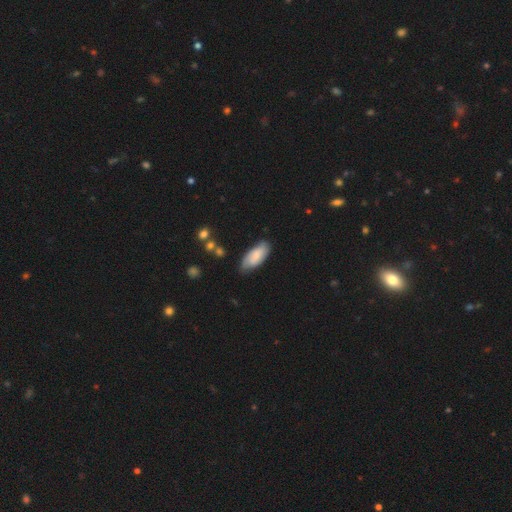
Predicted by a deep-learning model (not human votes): smooth_or_featured: smooth (p=0.71) [alt: featured or disk p=0.23]
how_rounded: in between (p=0.85) [alt: cigar-shaped p=0.13]
merging: none (p=0.72) [alt: minor disturbance p=0.22]